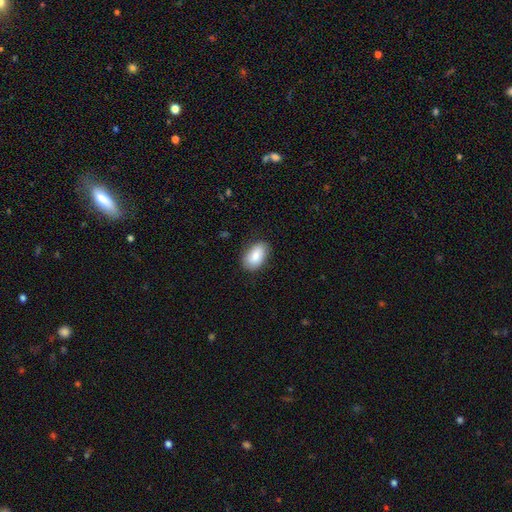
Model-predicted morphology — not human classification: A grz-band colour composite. It shows a smooth galaxy with no disk features (85%) that is in between round and cigar-shaped (93%). Merging: none (82%).